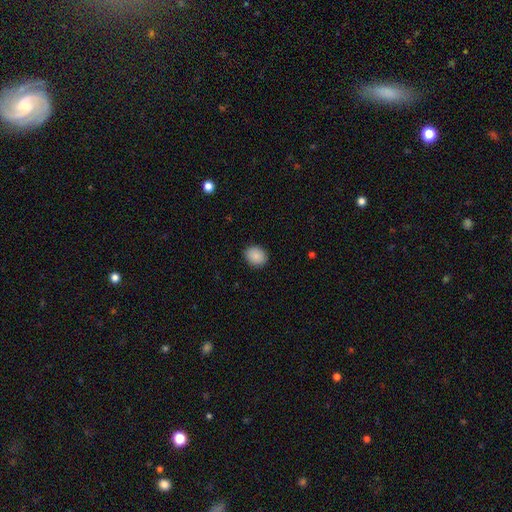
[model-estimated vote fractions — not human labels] The model was most divided on "how rounded": round: 58%, in between: 41%, cigar-shaped: 1%. More confident: merging — none (89%); smooth or featured — smooth (88%).